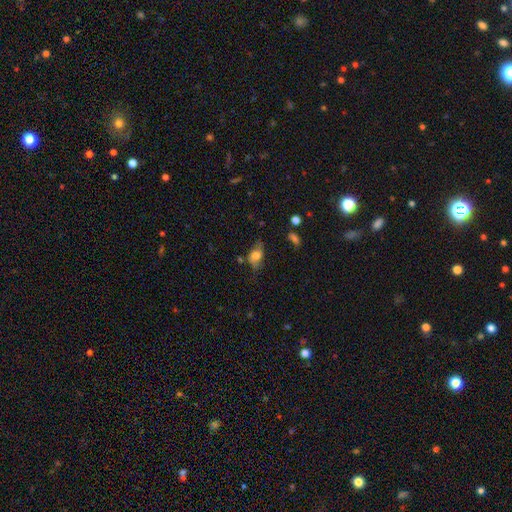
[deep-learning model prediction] smooth 62%, featured or disk 28%, star or artifact 10%. Down the decision tree: how rounded — in between (80%); merging — none (51%).